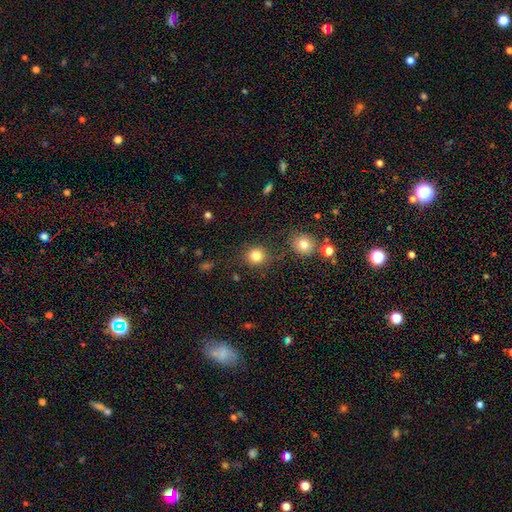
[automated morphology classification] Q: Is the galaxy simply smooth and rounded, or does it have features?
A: smooth — 83%.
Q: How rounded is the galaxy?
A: round — 90%.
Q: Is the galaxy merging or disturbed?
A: none — 84%.